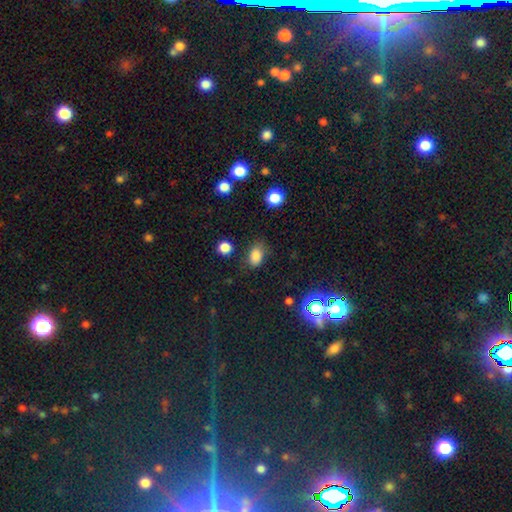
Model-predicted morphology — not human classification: Smooth or featured: smooth — 82% (star or artifact — 13%)
How rounded: in between — 82% (round — 16%)
Merging: none — 73% (minor disturbance — 18%)